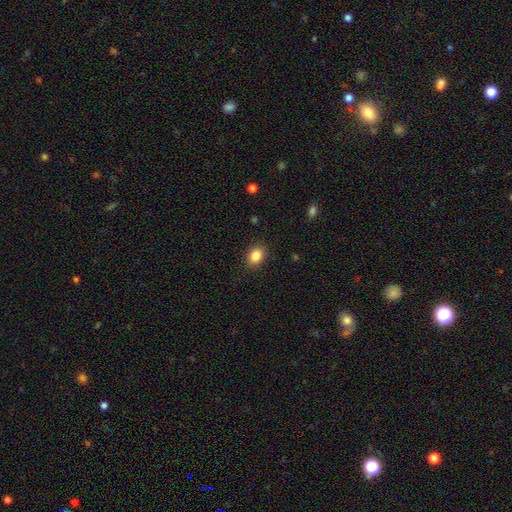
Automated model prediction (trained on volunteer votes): A smooth galaxy with no disk features (86%) that is in between round and cigar-shaped (61%).

Vote fractions:
- Smooth or featured? smooth: 86% / star or artifact: 9% / featured or disk: 5%
- How rounded? in between: 61% / round: 38% / cigar-shaped: 1%
- Merging? none: 88% / minor disturbance: 9% / major disturbance: 3% / merger: 1%